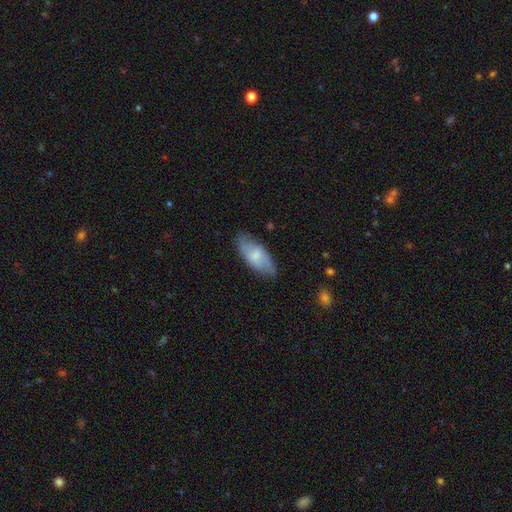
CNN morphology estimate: This is possibly a smooth galaxy (55%). How rounded: clearly in between (85%). Merging: likely none (75%).